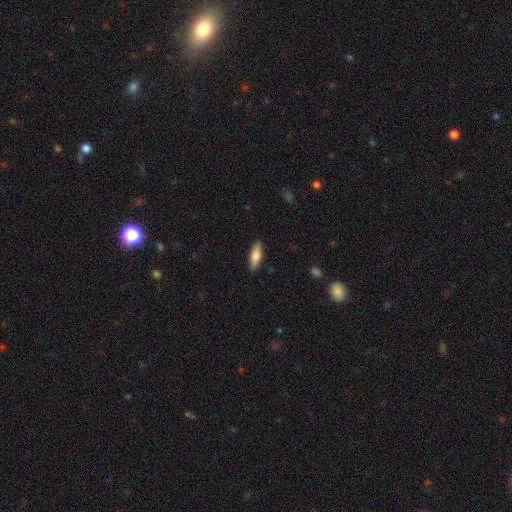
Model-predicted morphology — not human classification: smooth-or-featured: smooth: 73% | featured or disk: 21% | star or artifact: 6%
  how-rounded: in between: 54% | cigar-shaped: 44% | round: 2%
  merging: none: 88% | minor disturbance: 9% | major disturbance: 2% | merger: 1%